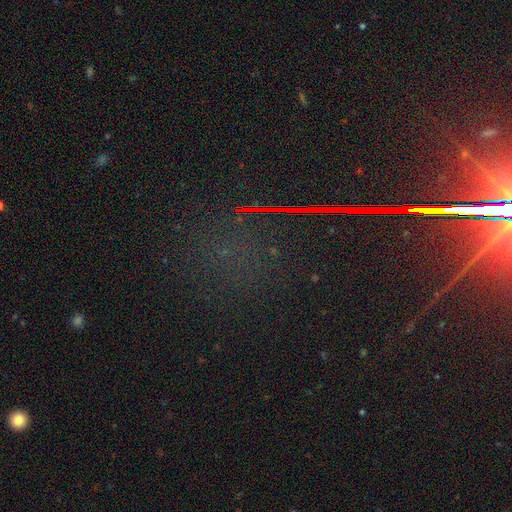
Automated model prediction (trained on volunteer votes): Smooth or featured? Predicted: star or artifact (p=0.80).